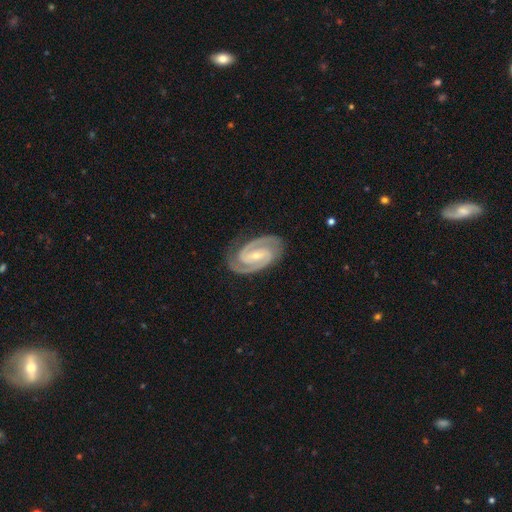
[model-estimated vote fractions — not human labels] This is clearly a featured or disk galaxy (93%). It is clearly not viewed edge-on (97%). Bar: marginally weak (40%, tied with strong). Spiral arm pattern: clearly yes (99%). Spiral arm count: clearly 2 (93%). Spiral winding: possibly tight (58%). Central bulge: likely small (68%). Merging: clearly none (84%).